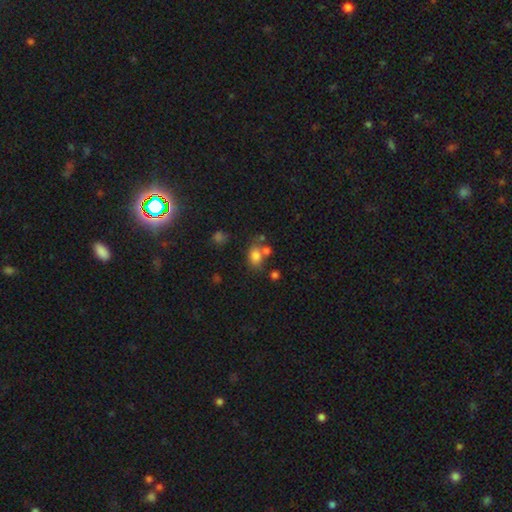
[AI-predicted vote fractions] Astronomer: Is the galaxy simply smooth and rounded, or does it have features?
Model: smooth — 78%.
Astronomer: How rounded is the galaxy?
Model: in between — 68%.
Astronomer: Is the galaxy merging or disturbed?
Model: none — 53%.